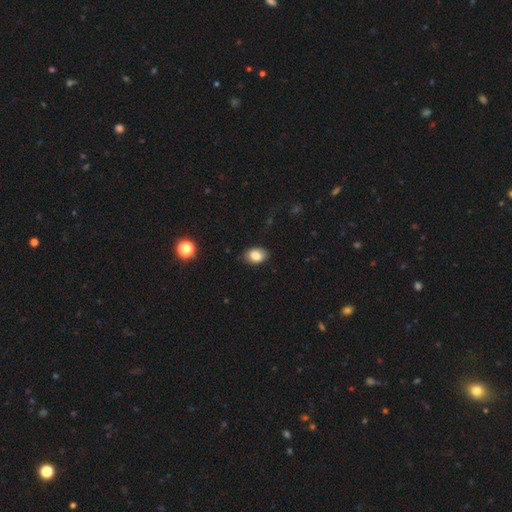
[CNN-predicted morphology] smooth_or_featured: smooth (p=0.84) [alt: star or artifact p=0.09]
how_rounded: in between (p=0.80) [alt: round p=0.19]
merging: none (p=0.84) [alt: minor disturbance p=0.13]